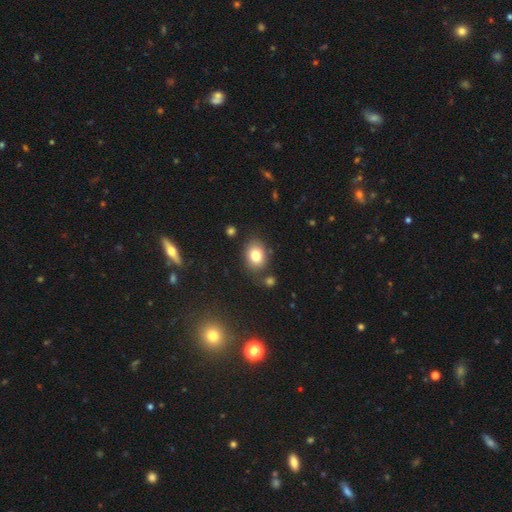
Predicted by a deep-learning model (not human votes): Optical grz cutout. It shows a smooth galaxy with no disk features (79%) that is in between round and cigar-shaped (61%). Merging: none (75%).